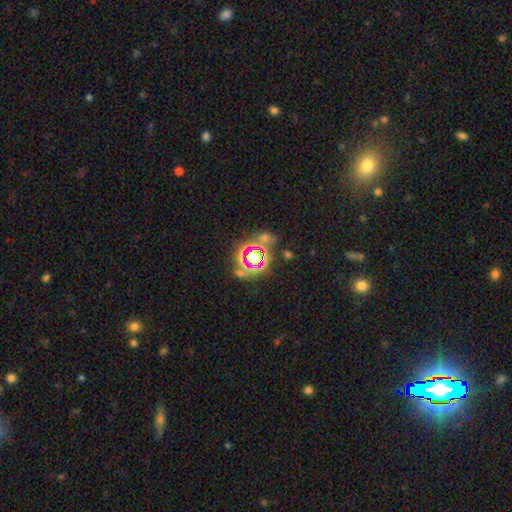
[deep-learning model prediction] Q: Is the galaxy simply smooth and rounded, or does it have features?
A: star or artifact — 75%.